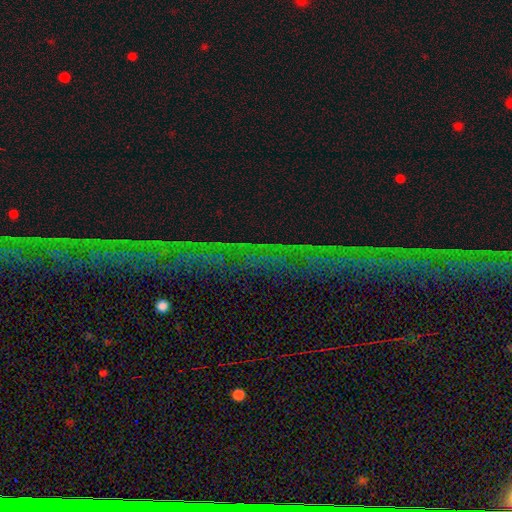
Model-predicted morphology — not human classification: smooth-or-featured: star or artifact: 80% | featured or disk: 12% | smooth: 8%